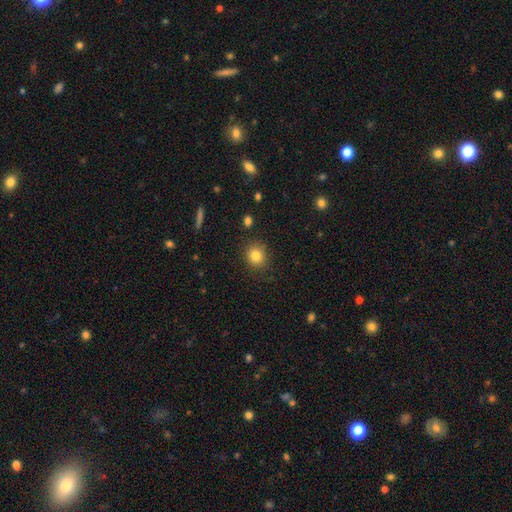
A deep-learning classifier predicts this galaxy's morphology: smooth 82%, star or artifact 11%, featured or disk 7%. Down the decision tree: how rounded — round (80%); merging — none (85%).